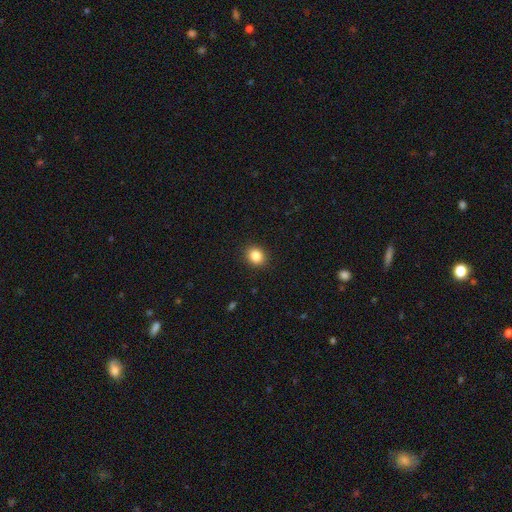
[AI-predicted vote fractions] The model was most divided on "how rounded": round: 64%, in between: 35%, cigar-shaped: 1%. More confident: merging — none (91%); smooth or featured — smooth (86%).